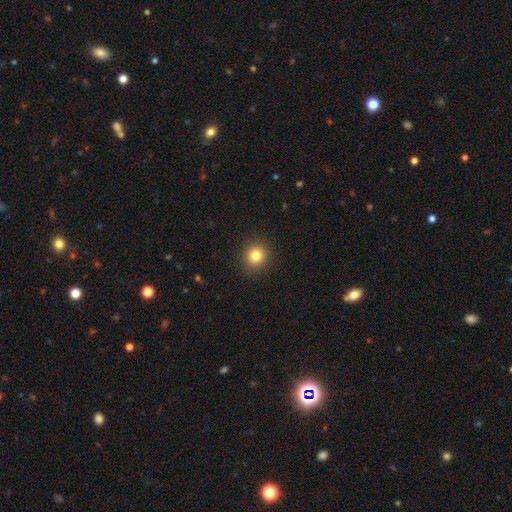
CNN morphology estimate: smooth 82%, star or artifact 11%, featured or disk 6%. Down the decision tree: how rounded — round (85%); merging — none (90%).